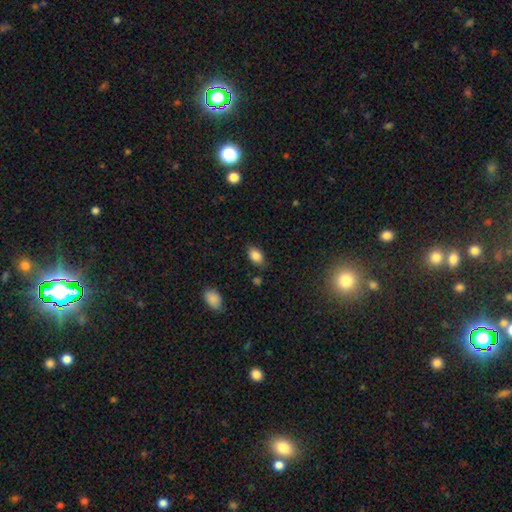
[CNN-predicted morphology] Overall: smooth (85%). How rounded: in between (88%). Merging: none (79%).